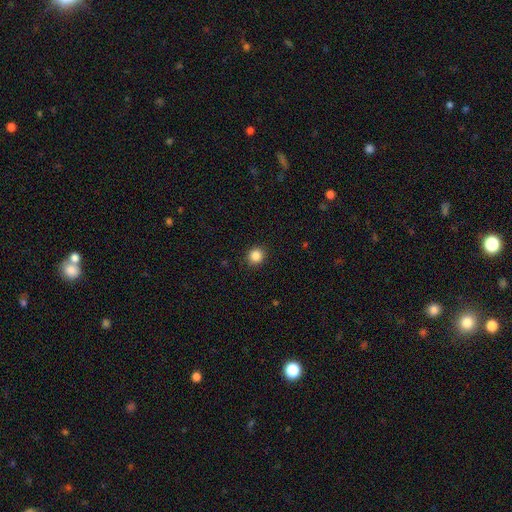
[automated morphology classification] smooth-or-featured: smooth: 86% | star or artifact: 10% | featured or disk: 4%
  how-rounded: round: 88% | in between: 11% | cigar-shaped: 1%
  merging: none: 92% | minor disturbance: 5% | major disturbance: 2% | merger: 1%